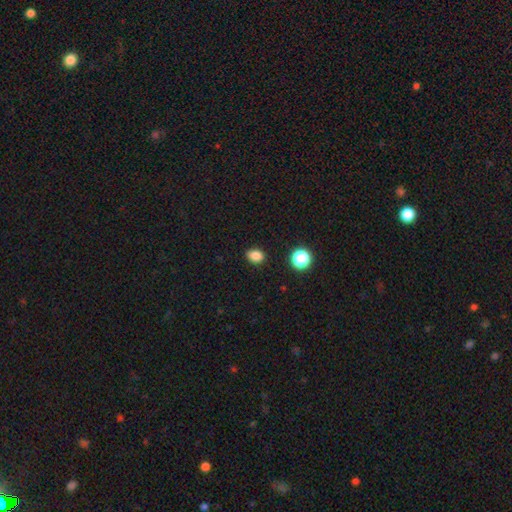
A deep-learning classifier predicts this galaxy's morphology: Smooth or featured?
  - smooth: 84% *
  - star or artifact: 12%
  - featured or disk: 4%
How rounded?
  - in between: 66% *
  - round: 33%
  - cigar-shaped: 1%
Merging?
  - none: 88% *
  - minor disturbance: 8%
  - major disturbance: 2%
  - merger: 1%